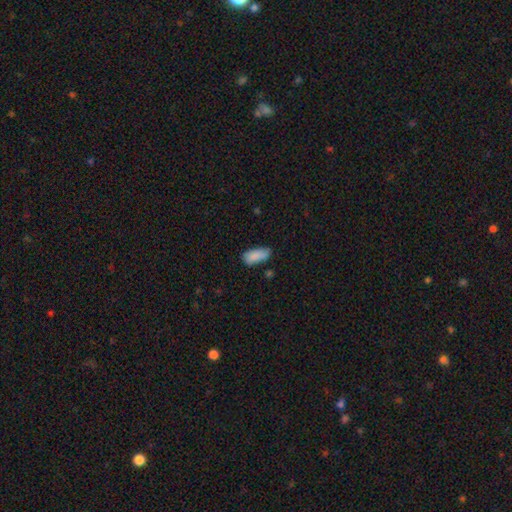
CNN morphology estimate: This is clearly a smooth galaxy (86%). How rounded: clearly in between (83%). Merging: likely none (62%).